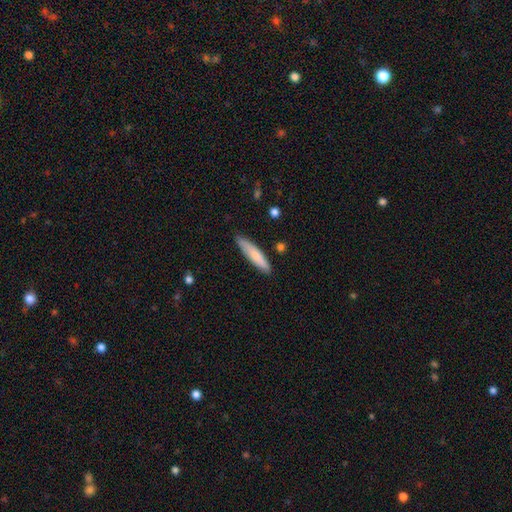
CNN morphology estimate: Smooth or featured: smooth — 75% (featured or disk — 20%)
How rounded: cigar-shaped — 83% (in between — 16%)
Merging: none — 84% (minor disturbance — 12%)